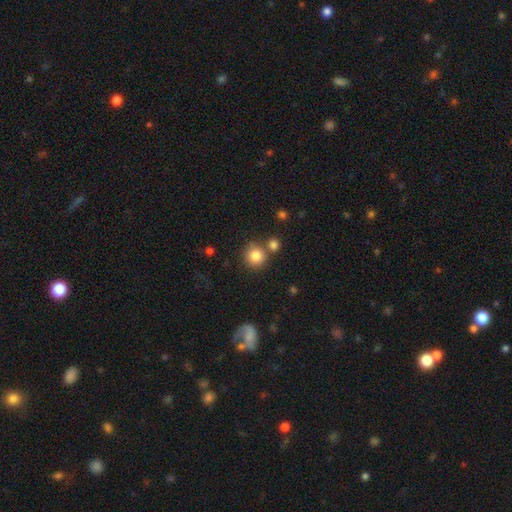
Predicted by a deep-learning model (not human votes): smooth-or-featured: smooth: 83% | star or artifact: 10% | featured or disk: 6%
  how-rounded: round: 91% | in between: 8% | cigar-shaped: 1%
  merging: none: 71% | merger: 17% | minor disturbance: 9% | major disturbance: 3%